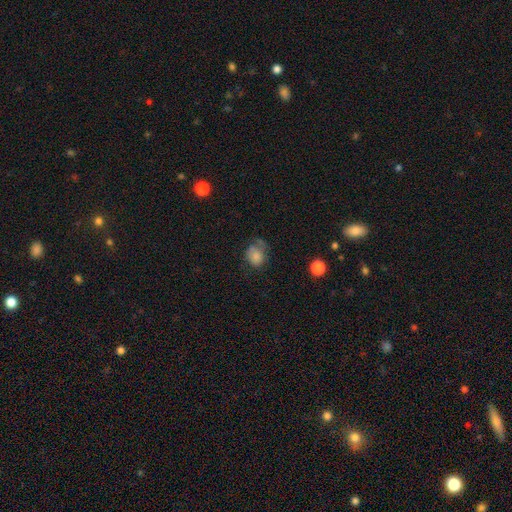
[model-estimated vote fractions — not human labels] A smooth galaxy with no disk features (74%) that is round (54%). Merging: none (40%).